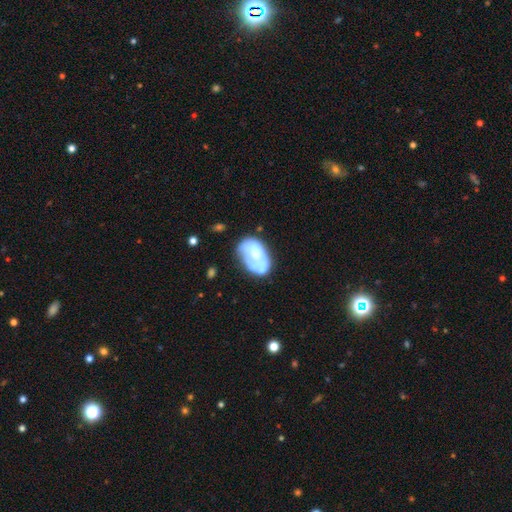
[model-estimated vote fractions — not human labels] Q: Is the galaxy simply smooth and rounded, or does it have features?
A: smooth — 52%.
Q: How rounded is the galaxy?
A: in between — 91%.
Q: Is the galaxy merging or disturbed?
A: none — 46%.